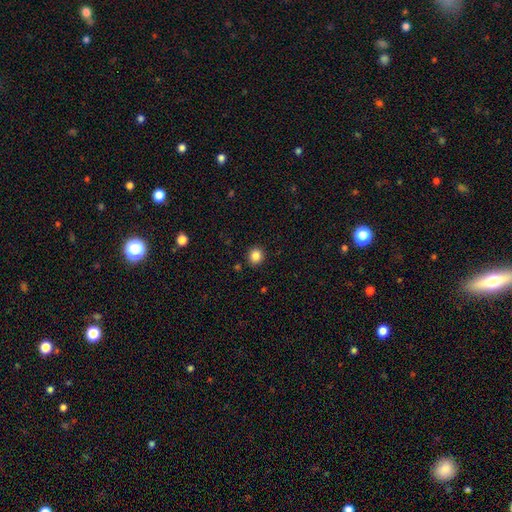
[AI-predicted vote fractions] Smooth or featured? Predicted: smooth (p=0.85). How rounded? Predicted: round (p=0.88). Merging? Predicted: none (p=0.91).